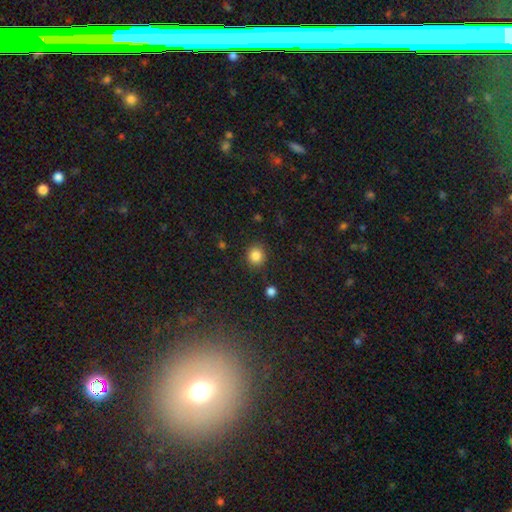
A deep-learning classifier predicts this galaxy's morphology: Smooth or featured: smooth — 84% (star or artifact — 11%)
How rounded: round — 88% (in between — 11%)
Merging: none — 88% (minor disturbance — 7%)